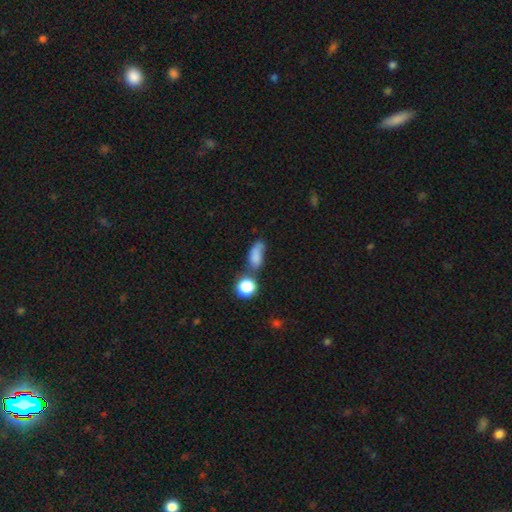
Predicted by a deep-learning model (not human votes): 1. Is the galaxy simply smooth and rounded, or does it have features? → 75% smooth, 13% star or artifact, 12% featured or disk.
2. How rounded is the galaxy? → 72% in between, 15% round, 12% cigar-shaped.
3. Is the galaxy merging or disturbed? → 37% none, 25% merger, 22% minor disturbance, 15% major disturbance.